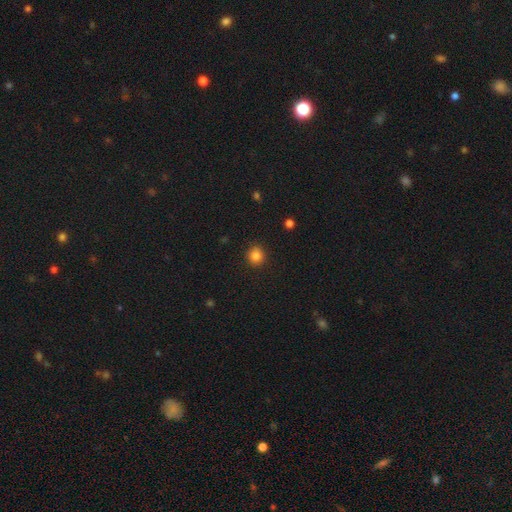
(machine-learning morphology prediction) The model was most divided on "smooth or featured": smooth: 84%, star or artifact: 11%, featured or disk: 5%. More confident: how rounded — round (91%); merging — none (91%).